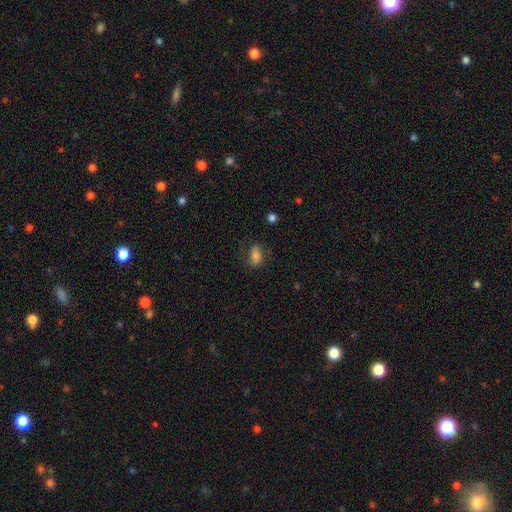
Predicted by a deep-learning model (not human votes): A smooth galaxy with no disk features (75%) that is in between round and cigar-shaped (85%). Merging: none (67%).